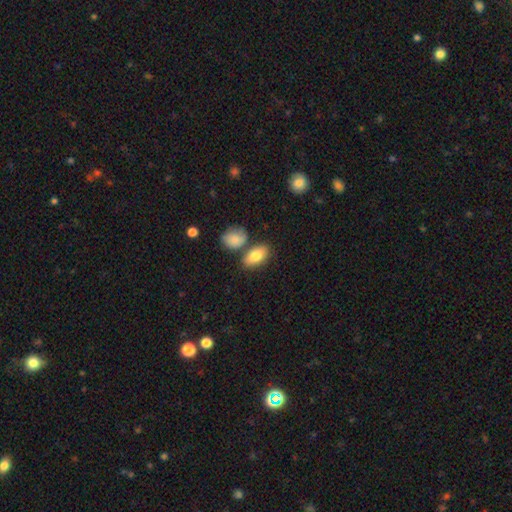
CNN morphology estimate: Smooth or featured? smooth (82%)
How rounded? in between (89%)
Merging? none (67%)